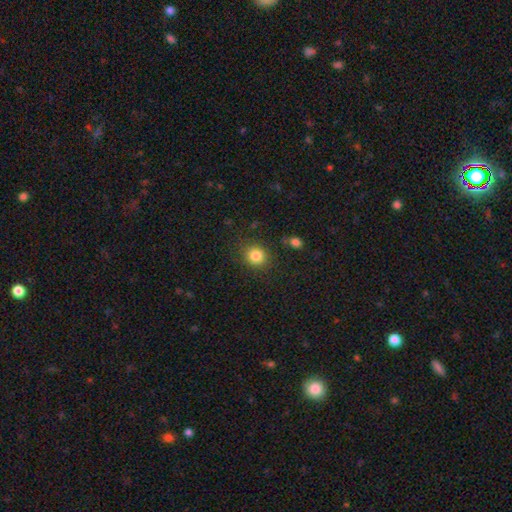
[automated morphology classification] The model was most divided on "how rounded": round: 79%, in between: 20%, cigar-shaped: 1%. More confident: merging — none (84%); smooth or featured — smooth (84%).